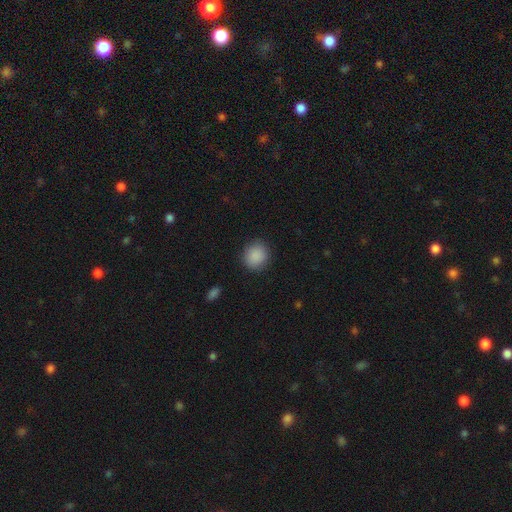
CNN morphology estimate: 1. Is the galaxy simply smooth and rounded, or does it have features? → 89% smooth, 8% star or artifact, 3% featured or disk.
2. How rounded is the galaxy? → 84% round, 15% in between, 1% cigar-shaped.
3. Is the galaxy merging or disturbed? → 88% none, 9% minor disturbance, 3% major disturbance, 1% merger.